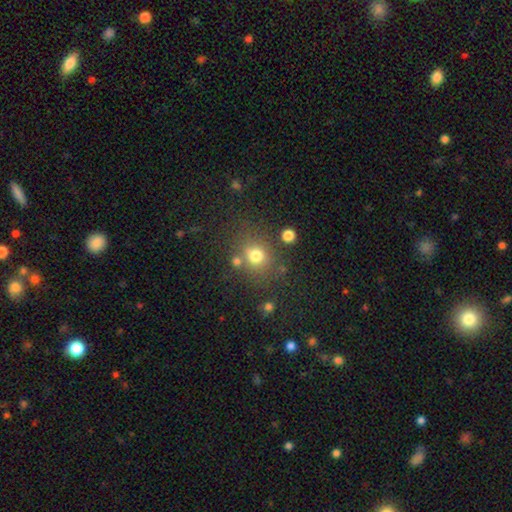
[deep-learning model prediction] Smooth or featured?
  - smooth: 74% *
  - star or artifact: 16%
  - featured or disk: 10%
How rounded?
  - round: 77% *
  - in between: 22%
  - cigar-shaped: 1%
Merging?
  - none: 72% *
  - minor disturbance: 12%
  - merger: 10%
  - major disturbance: 6%